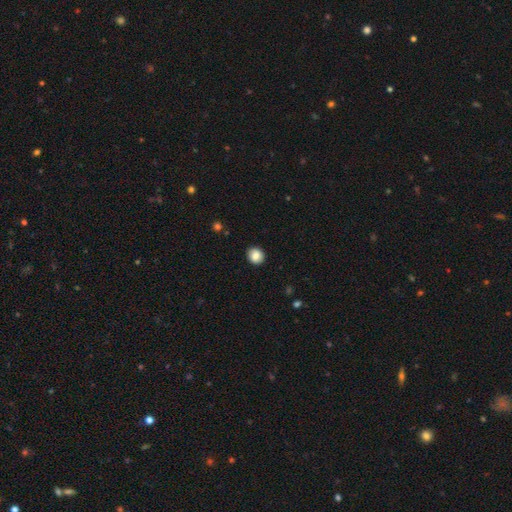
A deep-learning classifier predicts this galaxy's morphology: A smooth galaxy with no disk features (84%) that is round (77%).

Vote fractions:
- Smooth or featured? smooth: 84% / star or artifact: 9% / featured or disk: 7%
- How rounded? round: 77% / in between: 22% / cigar-shaped: 1%
- Merging? none: 89% / minor disturbance: 8% / major disturbance: 2% / merger: 1%